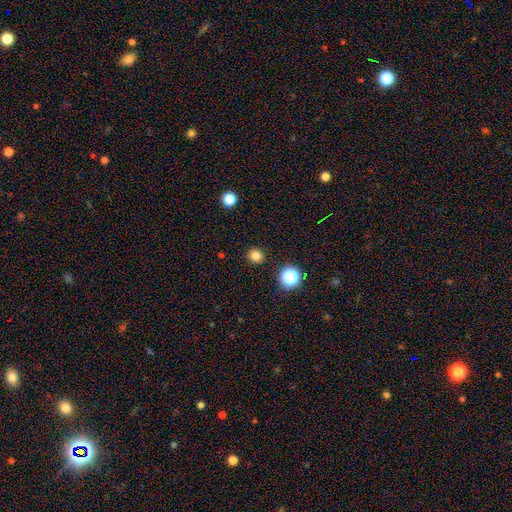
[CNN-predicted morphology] type=smooth (81%); roundness=round (93%); merging=none (92%).